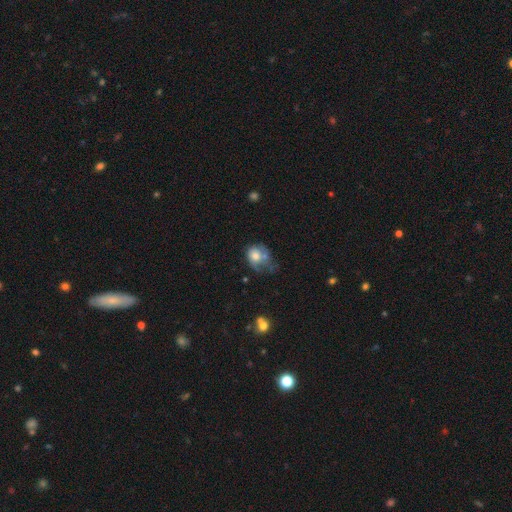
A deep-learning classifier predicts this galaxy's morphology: Smooth or featured? smooth (59%)
How rounded? round (53%)
Merging? major disturbance (33%)